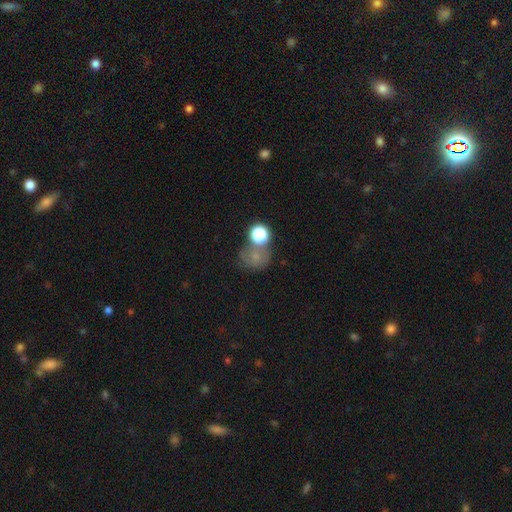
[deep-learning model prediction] Smooth or featured? Predicted: smooth (p=0.57). How rounded? Predicted: round (p=0.68). Merging? Predicted: none (p=0.41).